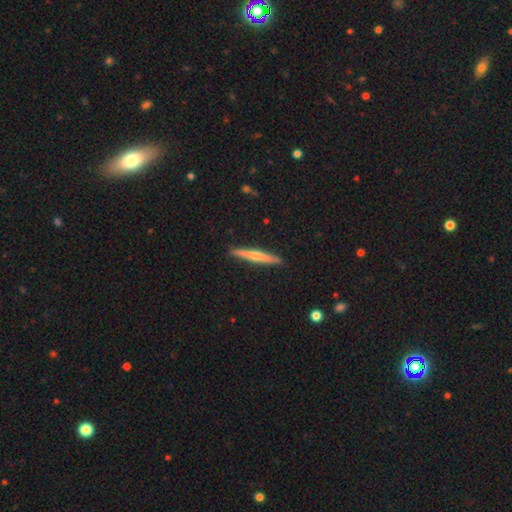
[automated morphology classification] A featured or disk galaxy (60%) viewed edge-on (97%) with a rounded central bulge (74%).

Vote fractions:
- Smooth or featured? featured or disk: 60% / smooth: 34% / star or artifact: 6%
- Edge-on disk? yes: 97% / no: 3%
- Edge-on bulge? rounded: 74% / none: 20% / boxy: 6%
- Merging? none: 91% / minor disturbance: 6% / major disturbance: 1% / merger: 1%